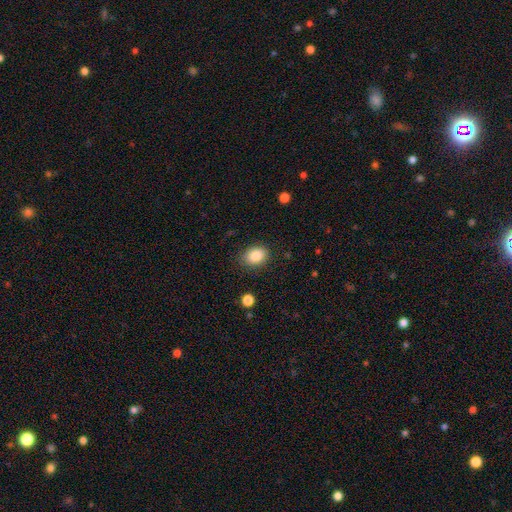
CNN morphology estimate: Smooth or featured? Predicted: smooth (p=0.86). How rounded? Predicted: in between (p=0.70). Merging? Predicted: none (p=0.84).